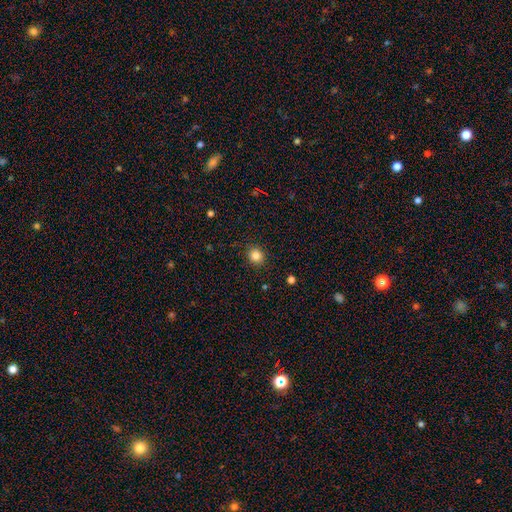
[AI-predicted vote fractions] smooth-or-featured: smooth: 84% | star or artifact: 11% | featured or disk: 5%
  how-rounded: round: 80% | in between: 19% | cigar-shaped: 1%
  merging: none: 90% | minor disturbance: 7% | major disturbance: 2% | merger: 1%